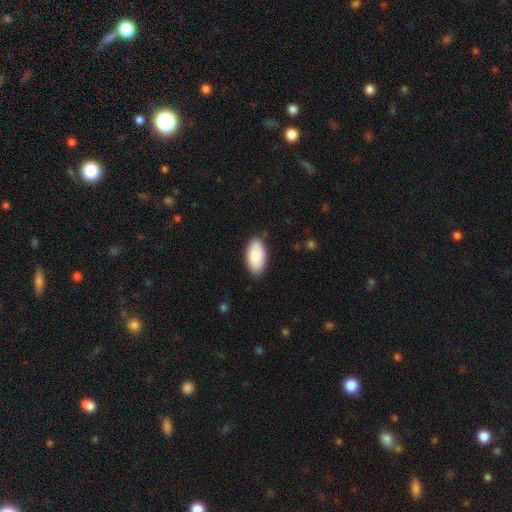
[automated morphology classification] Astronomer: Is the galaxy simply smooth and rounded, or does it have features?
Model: smooth — 88%.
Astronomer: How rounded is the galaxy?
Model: in between — 95%.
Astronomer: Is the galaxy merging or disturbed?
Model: none — 85%.